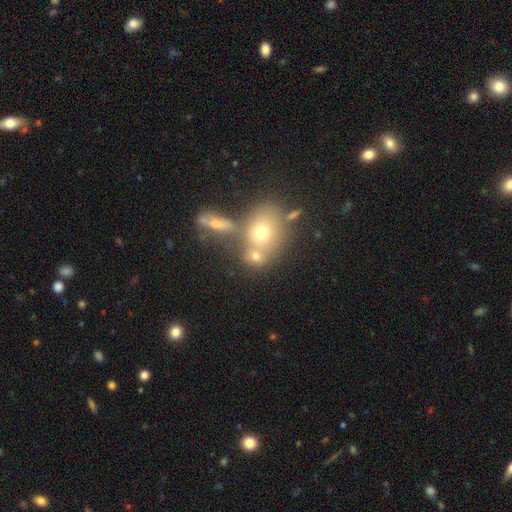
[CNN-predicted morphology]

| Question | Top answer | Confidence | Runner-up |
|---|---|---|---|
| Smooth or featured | smooth | 66% | featured or disk (19%) |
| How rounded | round | 61% | in between (36%) |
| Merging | none | 47% | merger (38%) |